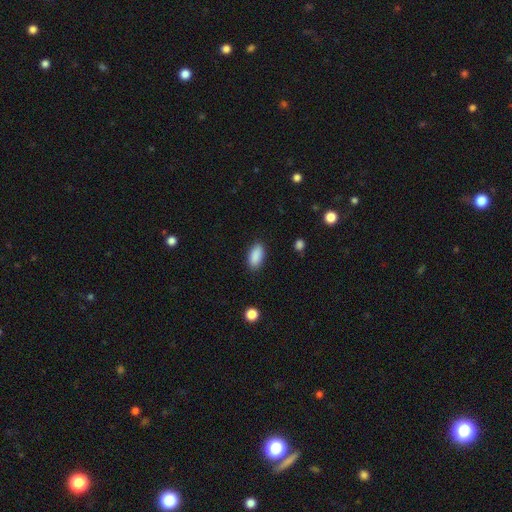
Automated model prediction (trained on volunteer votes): Smooth or featured?
  - smooth: 90% *
  - star or artifact: 7%
  - featured or disk: 3%
How rounded?
  - in between: 91% *
  - cigar-shaped: 6%
  - round: 3%
Merging?
  - none: 87% *
  - minor disturbance: 9%
  - major disturbance: 2%
  - merger: 1%